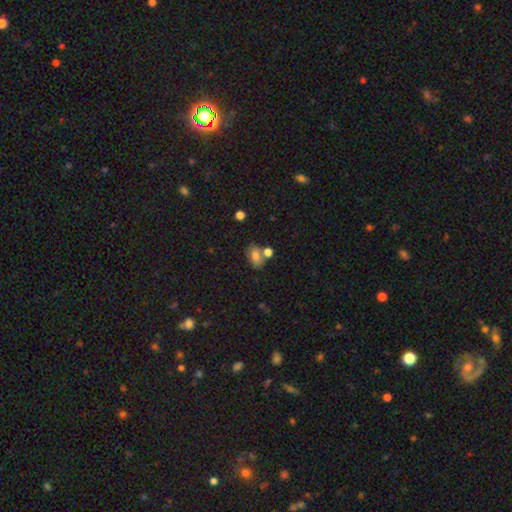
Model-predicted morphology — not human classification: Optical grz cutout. It shows a smooth galaxy with no disk features (75%) that is in between round and cigar-shaped (81%). Merging: none (54%).